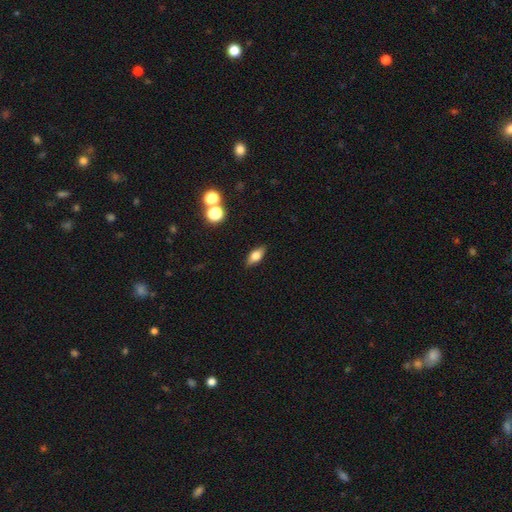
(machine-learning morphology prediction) Smooth or featured? Predicted: smooth (p=0.65). How rounded? Predicted: in between (p=0.77). Merging? Predicted: none (p=0.87).